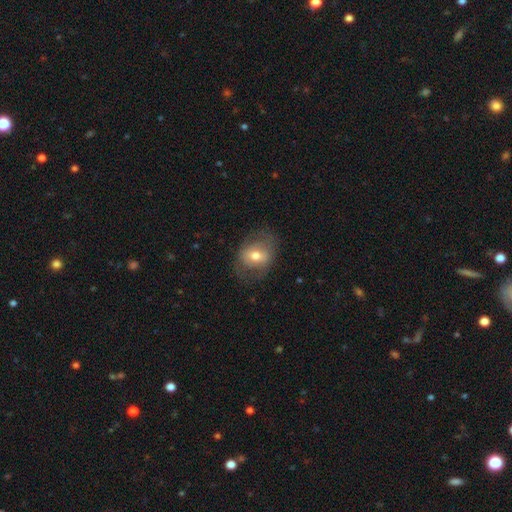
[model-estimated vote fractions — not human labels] Q: Smooth or featured?
A: smooth (55%); runner-up: featured or disk (37%)
Q: How rounded?
A: in between (58%); runner-up: round (40%)
Q: Merging?
A: none (70%); runner-up: minor disturbance (18%)